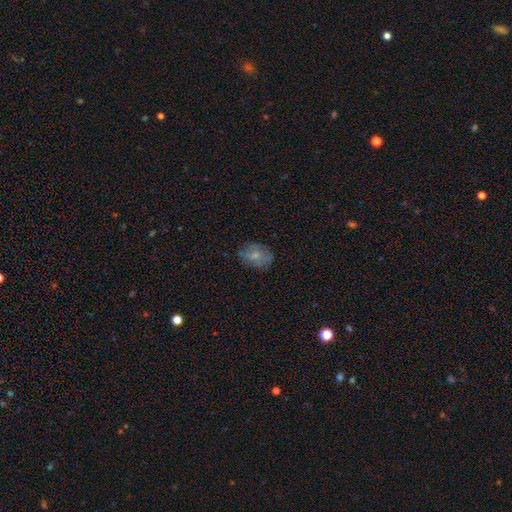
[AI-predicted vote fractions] smooth_or_featured: smooth (p=0.65) [alt: featured or disk p=0.25]
how_rounded: in between (p=0.72) [alt: round p=0.26]
merging: none (p=0.70) [alt: minor disturbance p=0.21]